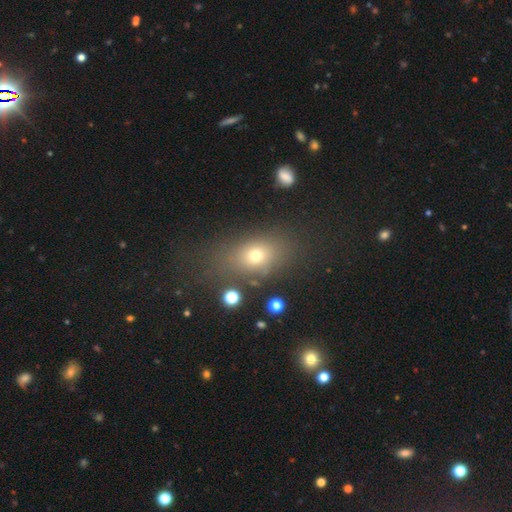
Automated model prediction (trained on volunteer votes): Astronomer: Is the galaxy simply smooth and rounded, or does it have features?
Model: smooth — 68%.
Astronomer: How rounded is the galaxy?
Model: in between — 66%.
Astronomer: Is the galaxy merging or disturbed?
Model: none — 67%.